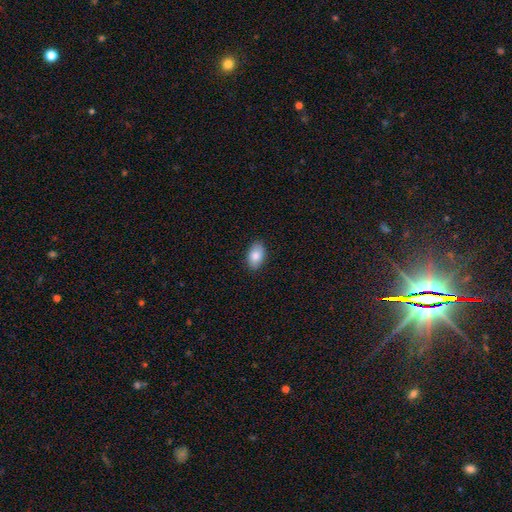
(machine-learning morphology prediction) Smooth or featured? smooth (84%)
How rounded? in between (91%)
Merging? none (87%)